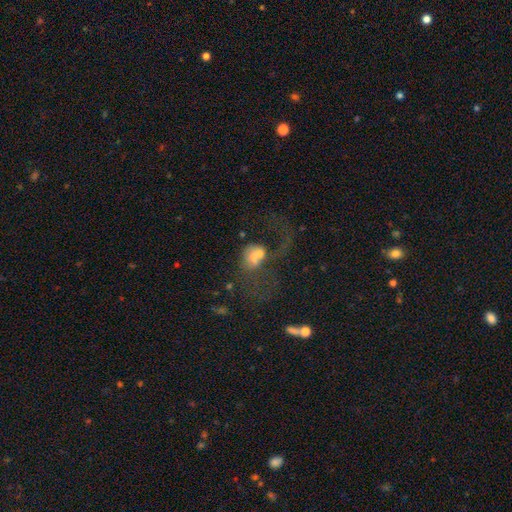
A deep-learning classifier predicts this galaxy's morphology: Overall: smooth (46%; featured or disk 40%). Merging: merger (48%; major disturbance 32%).